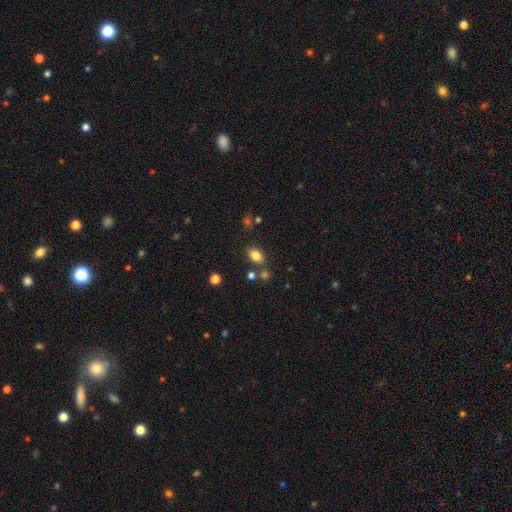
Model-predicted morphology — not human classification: Q: Smooth or featured?
A: smooth (81%); runner-up: star or artifact (11%)
Q: How rounded?
A: in between (80%); runner-up: round (18%)
Q: Merging?
A: none (74%); runner-up: minor disturbance (12%)